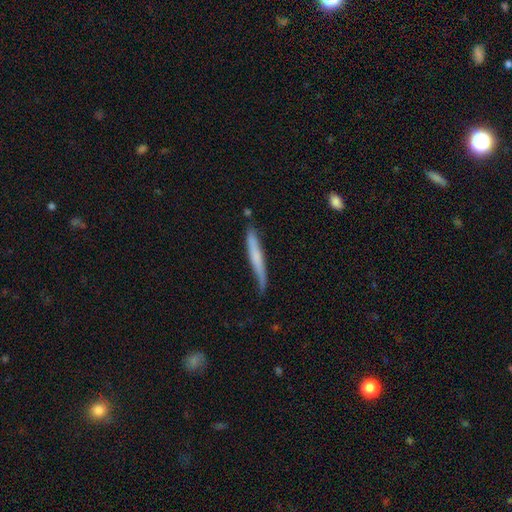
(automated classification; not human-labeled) A smooth galaxy with no disk features (56%) that is cigar-shaped (96%). Merging: none (67%).